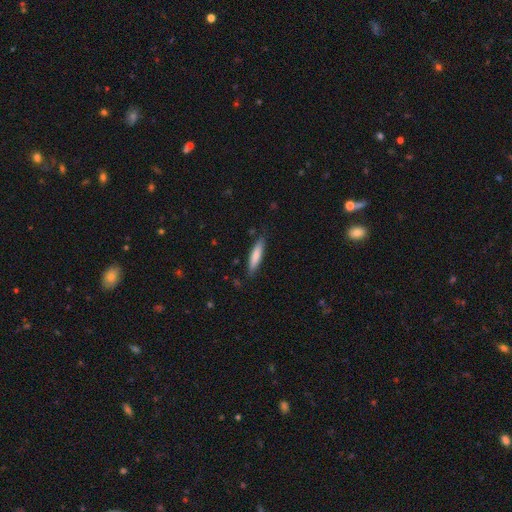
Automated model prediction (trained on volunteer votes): A smooth galaxy with no disk features (78%) that is cigar-shaped (84%). Merging: none (85%).